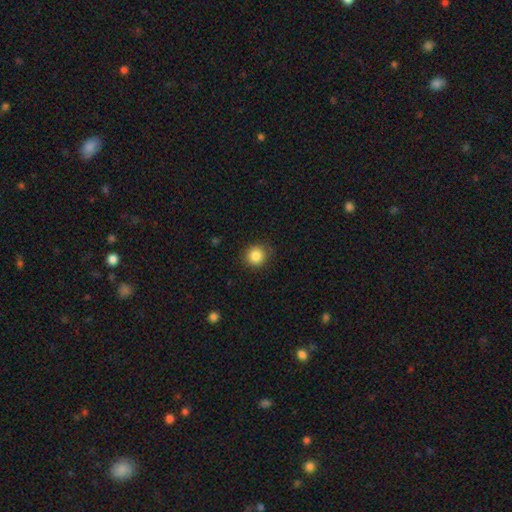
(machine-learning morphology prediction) Smooth or featured?
  - smooth: 86% *
  - star or artifact: 10%
  - featured or disk: 4%
How rounded?
  - round: 90% *
  - in between: 9%
  - cigar-shaped: 1%
Merging?
  - none: 86% *
  - minor disturbance: 10%
  - major disturbance: 3%
  - merger: 1%